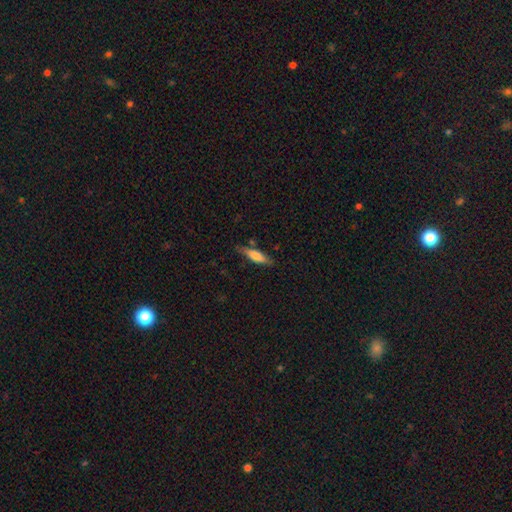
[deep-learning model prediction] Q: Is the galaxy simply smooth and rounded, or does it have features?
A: smooth — 67%.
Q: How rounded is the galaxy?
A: cigar-shaped — 63%.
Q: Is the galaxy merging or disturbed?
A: none — 76%.